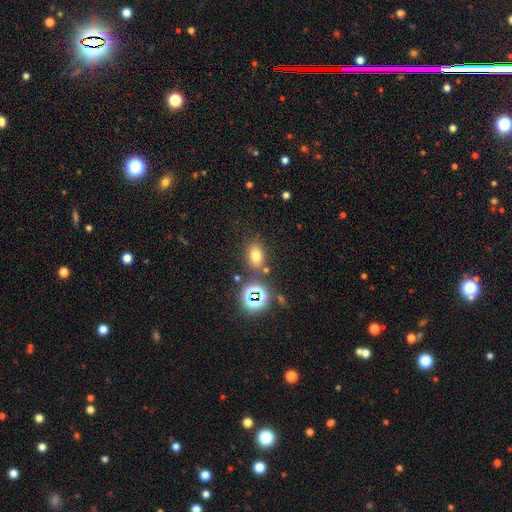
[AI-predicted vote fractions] A smooth galaxy with no disk features (66%) that is in between round and cigar-shaped (67%). Merging: none (76%).